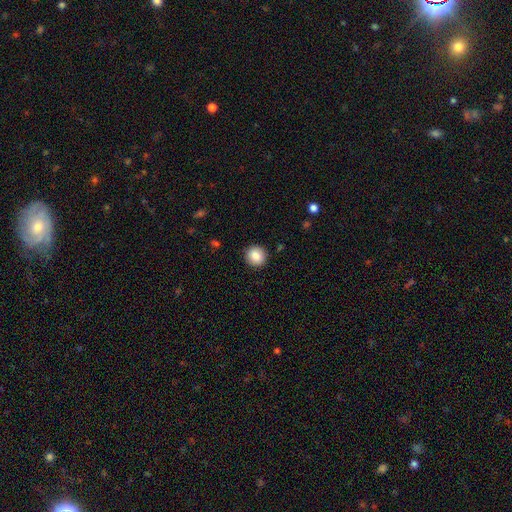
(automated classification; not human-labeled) Q: Smooth or featured?
A: smooth (87%); runner-up: star or artifact (8%)
Q: How rounded?
A: round (92%); runner-up: in between (7%)
Q: Merging?
A: none (91%); runner-up: minor disturbance (6%)